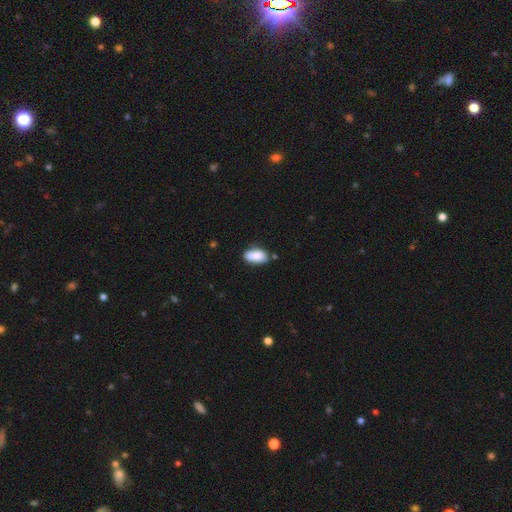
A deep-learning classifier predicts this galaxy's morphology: Smooth or featured? smooth (89%)
How rounded? in between (93%)
Merging? none (74%)